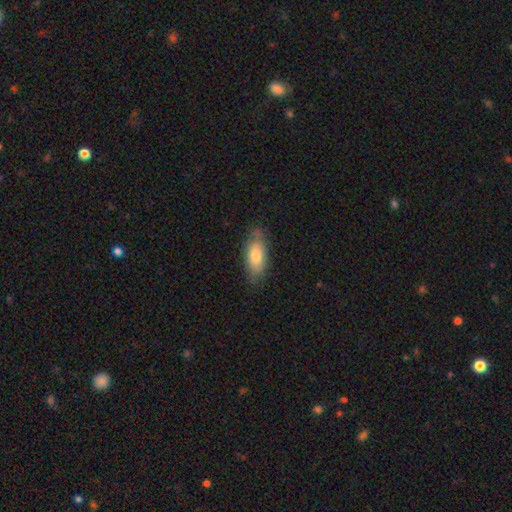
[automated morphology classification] Smooth or featured: smooth — 71% (featured or disk — 23%)
How rounded: in between — 80% (cigar-shaped — 17%)
Merging: none — 74% (minor disturbance — 20%)